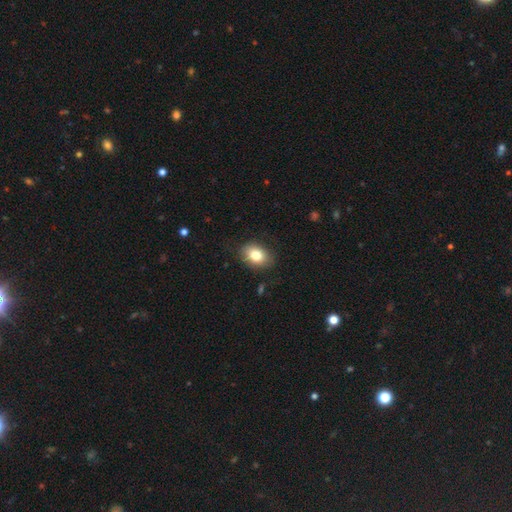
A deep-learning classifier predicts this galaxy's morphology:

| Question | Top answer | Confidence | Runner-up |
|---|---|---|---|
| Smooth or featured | smooth | 81% | featured or disk (10%) |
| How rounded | in between | 72% | round (27%) |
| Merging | none | 83% | minor disturbance (13%) |